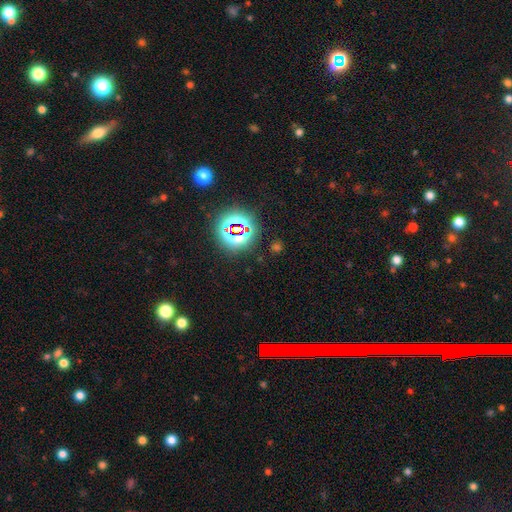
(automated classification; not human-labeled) Smooth or featured? star or artifact (76%)